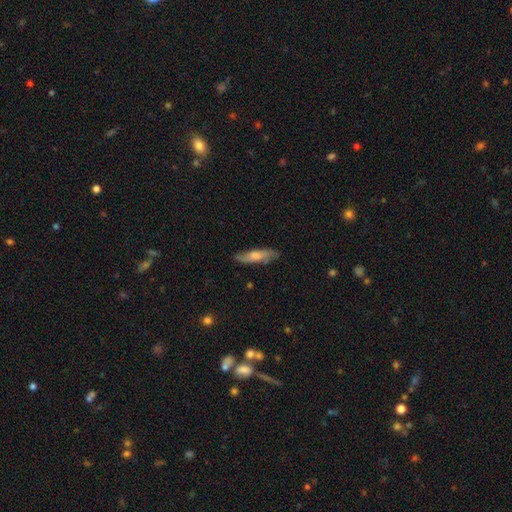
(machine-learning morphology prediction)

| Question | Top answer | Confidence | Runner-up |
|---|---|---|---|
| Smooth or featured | smooth | 56% | featured or disk (38%) |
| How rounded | cigar-shaped | 69% | in between (29%) |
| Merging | none | 79% | minor disturbance (16%) |